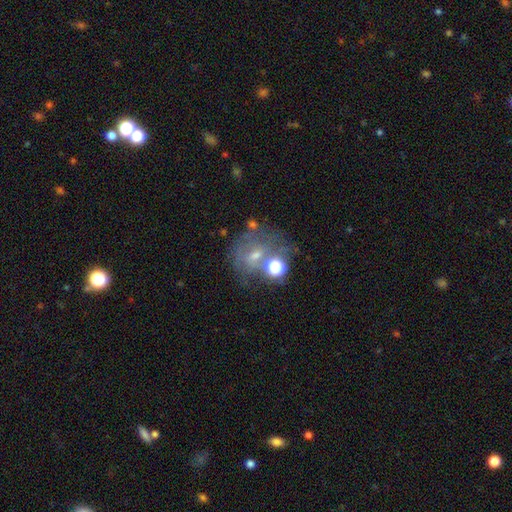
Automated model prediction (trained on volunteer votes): featured or disk 43%, smooth 32%, star or artifact 25%. Down the decision tree: merging — none (46%).